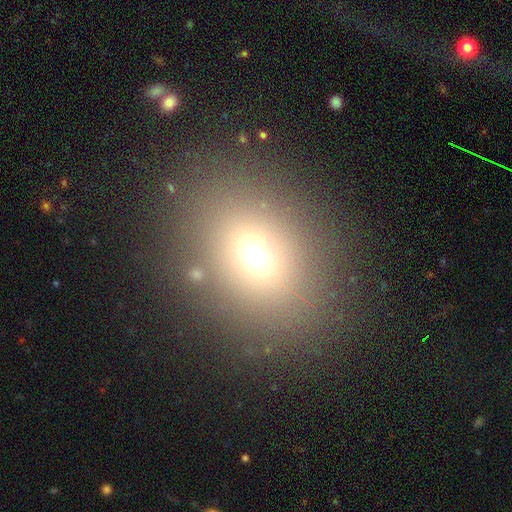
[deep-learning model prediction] Smooth or featured? Predicted: smooth (p=0.66). How rounded? Predicted: in between (p=0.53). Merging? Predicted: none (p=0.82).